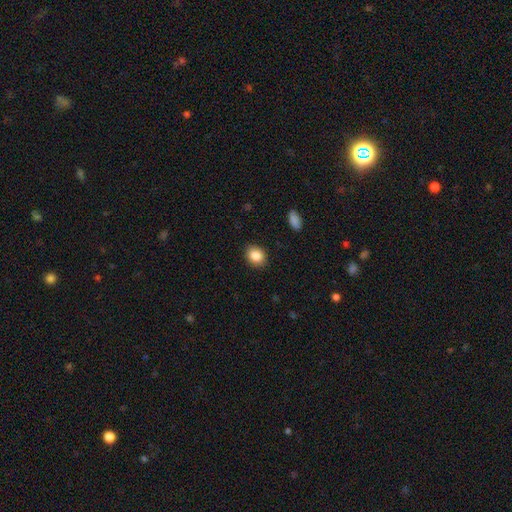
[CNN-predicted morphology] Smooth or featured?
  - smooth: 86% *
  - star or artifact: 9%
  - featured or disk: 6%
How rounded?
  - round: 55% *
  - in between: 44%
  - cigar-shaped: 1%
Merging?
  - none: 89% *
  - minor disturbance: 8%
  - major disturbance: 2%
  - merger: 1%